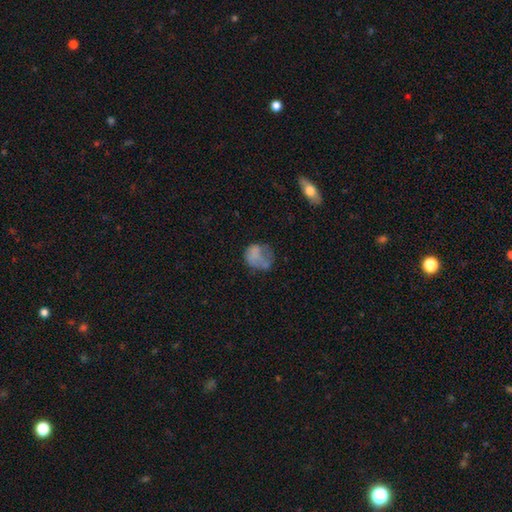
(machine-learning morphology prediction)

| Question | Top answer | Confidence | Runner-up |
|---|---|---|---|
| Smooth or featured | smooth | 67% | featured or disk (22%) |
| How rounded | round | 67% | in between (32%) |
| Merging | none | 37% | major disturbance (30%) |